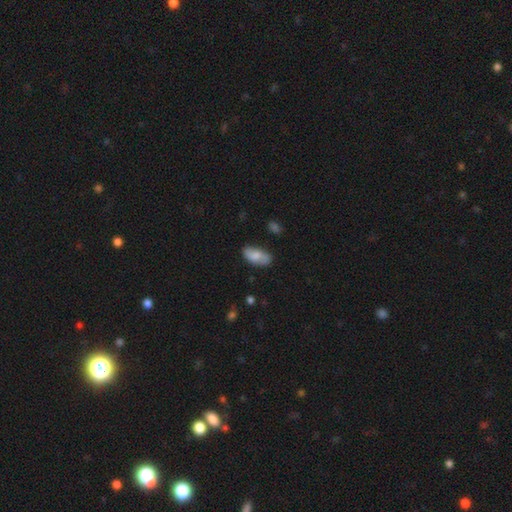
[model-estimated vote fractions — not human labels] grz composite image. It shows a smooth galaxy with no disk features (68%) that is in between round and cigar-shaped (91%). Merging: none (77%).